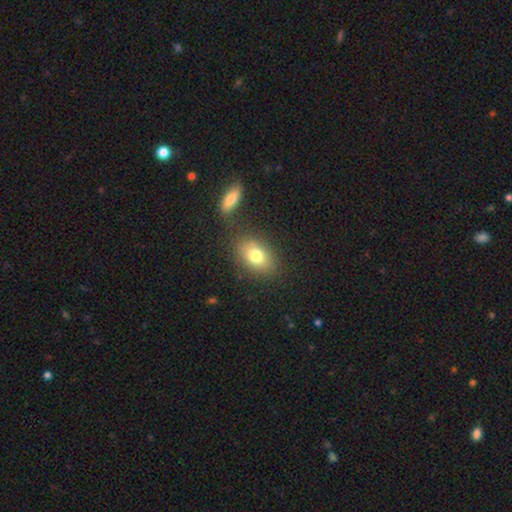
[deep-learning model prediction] Smooth or featured? Predicted: smooth (p=0.77). How rounded? Predicted: in between (p=0.77). Merging? Predicted: none (p=0.75).